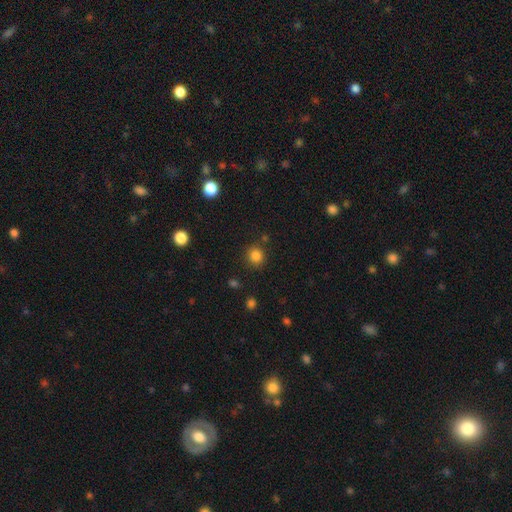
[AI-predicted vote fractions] This appears to be a smooth galaxy with no disk features (83%) that is round (90%). Merging: none (85%).